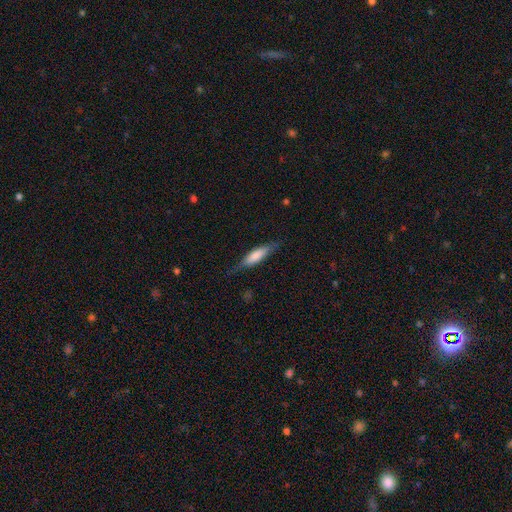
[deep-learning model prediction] A smooth galaxy with no disk features (67%) that is cigar-shaped (61%).

Vote fractions:
- Smooth or featured? smooth: 67% / featured or disk: 28% / star or artifact: 6%
- How rounded? cigar-shaped: 61% / in between: 37% / round: 2%
- Merging? none: 72% / minor disturbance: 20% / major disturbance: 6% / merger: 1%